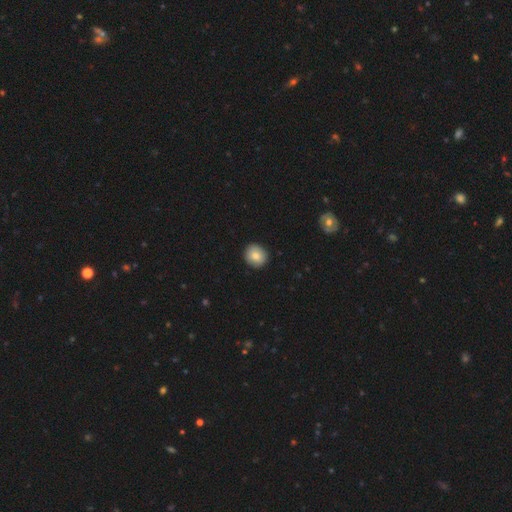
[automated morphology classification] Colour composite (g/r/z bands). It shows a smooth galaxy with no disk features (80%) that is round (89%). Merging: none (91%).